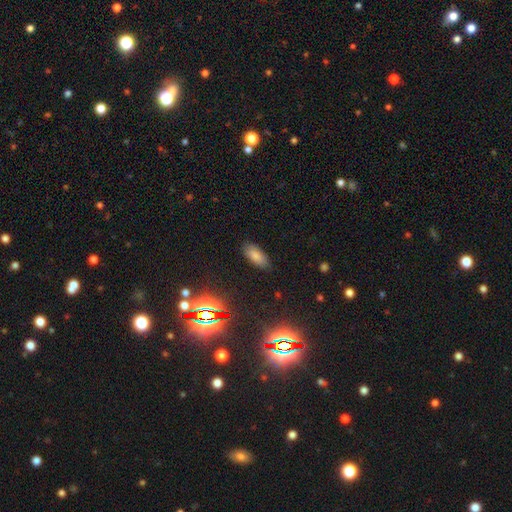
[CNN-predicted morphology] The model was most divided on "smooth or featured": smooth: 79%, star or artifact: 13%, featured or disk: 8%. More confident: how rounded — in between (88%); merging — none (85%).